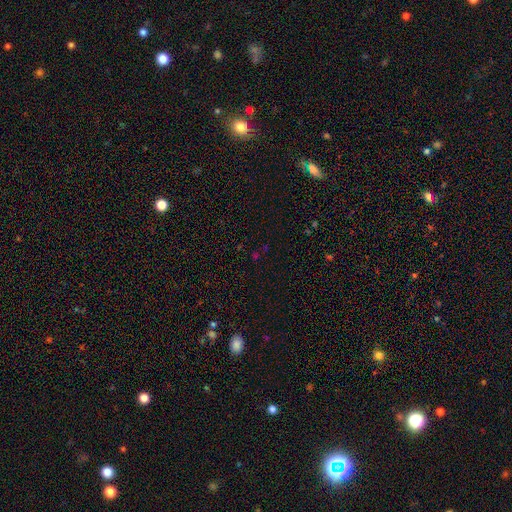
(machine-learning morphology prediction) Q: Smooth or featured?
A: star or artifact (61%); runner-up: smooth (31%)